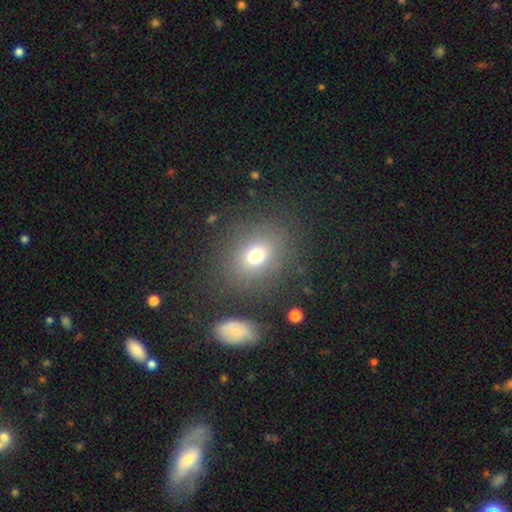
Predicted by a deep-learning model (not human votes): A smooth galaxy with no disk features (72%) that is round (59%).

Vote fractions:
- Smooth or featured? smooth: 72% / star or artifact: 16% / featured or disk: 12%
- How rounded? round: 59% / in between: 40% / cigar-shaped: 1%
- Merging? none: 80% / minor disturbance: 10% / major disturbance: 6% / merger: 4%